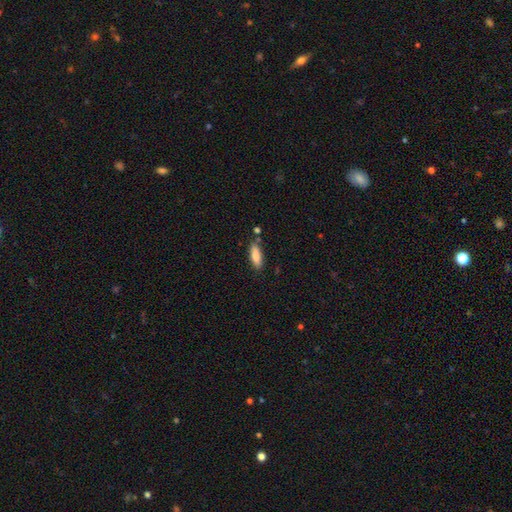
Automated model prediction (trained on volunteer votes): smooth 83%, featured or disk 10%, star or artifact 6%. Down the decision tree: how rounded — in between (57%); merging — none (78%).